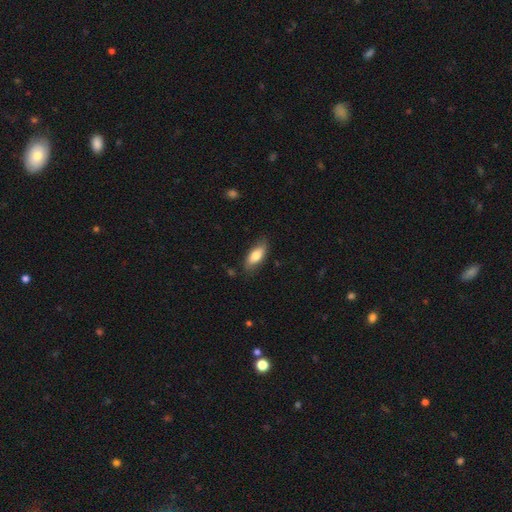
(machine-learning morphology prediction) Smooth or featured? Predicted: smooth (p=0.75). How rounded? Predicted: in between (p=0.81). Merging? Predicted: none (p=0.77).